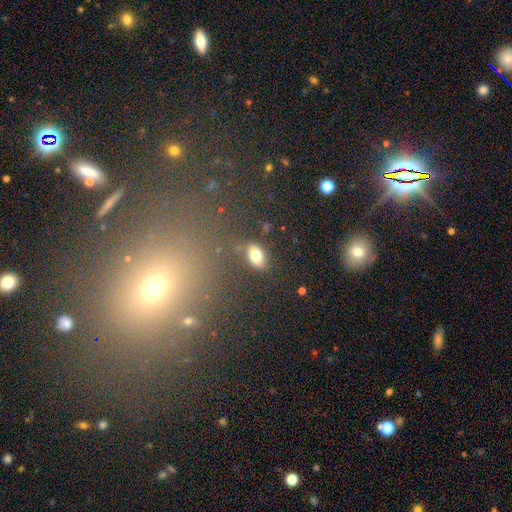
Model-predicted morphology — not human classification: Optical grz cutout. It shows a smooth galaxy with no disk features (80%) that is in between round and cigar-shaped (88%). Merging: none (79%).